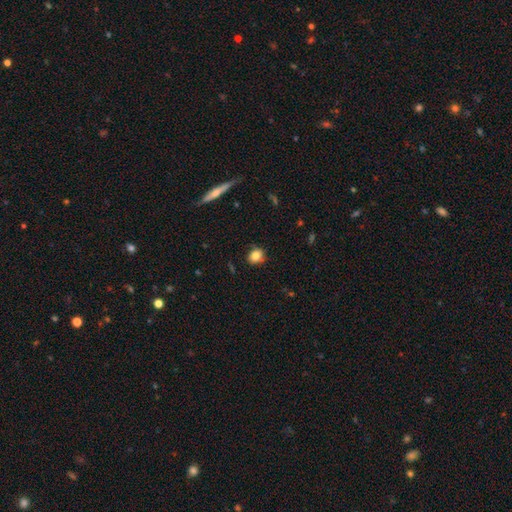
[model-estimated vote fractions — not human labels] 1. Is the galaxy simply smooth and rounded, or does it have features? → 82% smooth, 10% star or artifact, 8% featured or disk.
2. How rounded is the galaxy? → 78% round, 20% in between, 1% cigar-shaped.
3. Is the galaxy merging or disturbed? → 83% none, 13% minor disturbance, 2% major disturbance, 1% merger.